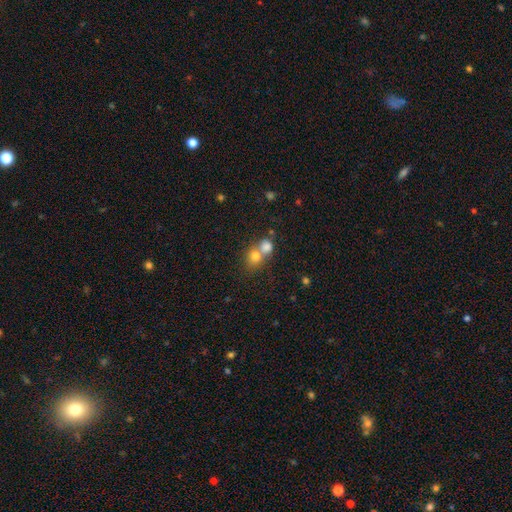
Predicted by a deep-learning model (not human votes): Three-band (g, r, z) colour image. It shows a smooth galaxy with no disk features (75%) that is round (74%). Merging: merger (58%).